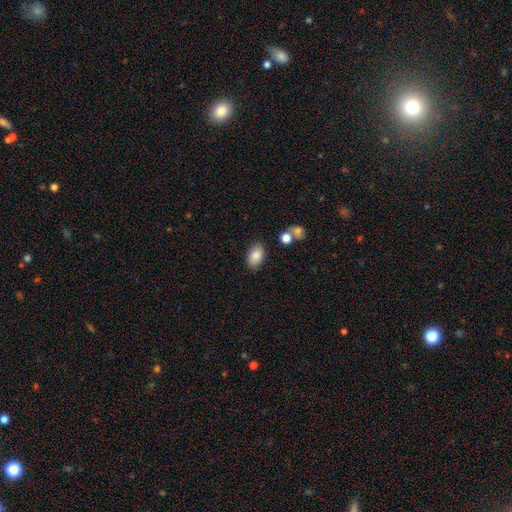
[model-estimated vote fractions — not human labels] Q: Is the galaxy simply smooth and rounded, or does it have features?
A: smooth — 85%.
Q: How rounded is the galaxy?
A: in between — 90%.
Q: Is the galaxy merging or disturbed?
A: none — 81%.